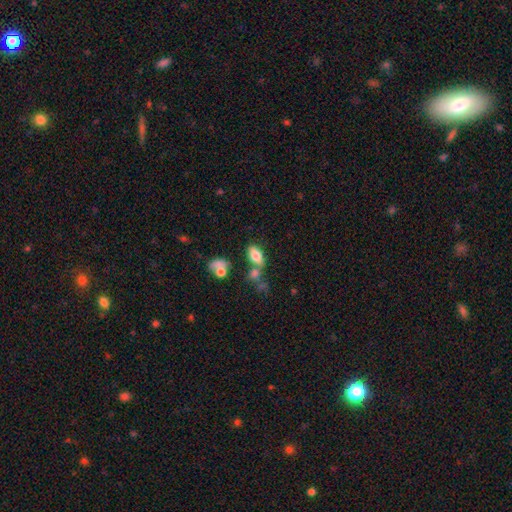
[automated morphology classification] This is likely a smooth galaxy (77%). How rounded: clearly in between (87%). Merging: possibly none (55%).